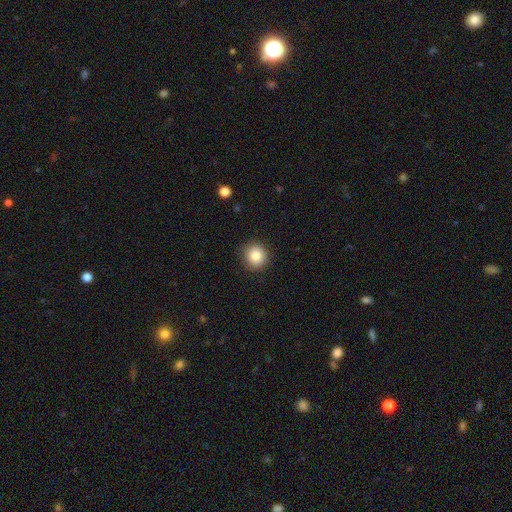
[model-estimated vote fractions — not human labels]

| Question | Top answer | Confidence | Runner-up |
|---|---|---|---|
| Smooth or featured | smooth | 84% | star or artifact (10%) |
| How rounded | round | 92% | in between (7%) |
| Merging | none | 89% | minor disturbance (8%) |